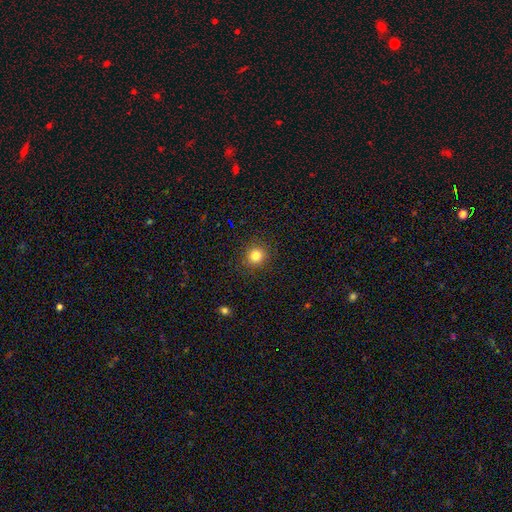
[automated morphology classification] Q: Smooth or featured?
A: smooth (82%); runner-up: star or artifact (12%)
Q: How rounded?
A: round (90%); runner-up: in between (10%)
Q: Merging?
A: none (90%); runner-up: minor disturbance (6%)